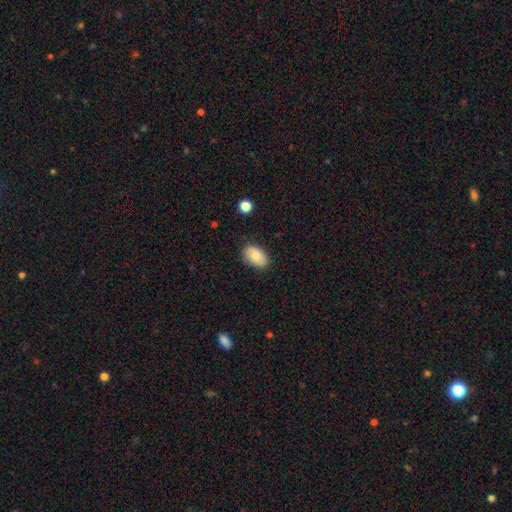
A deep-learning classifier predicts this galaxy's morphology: This appears to be a smooth galaxy with no disk features (80%) that is in between round and cigar-shaped (89%). Merging: none (82%).